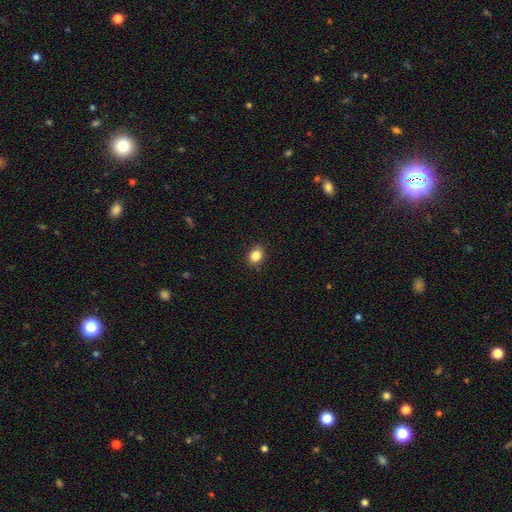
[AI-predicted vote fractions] A smooth galaxy with no disk features (85%) that is round (55%). Merging: none (86%).